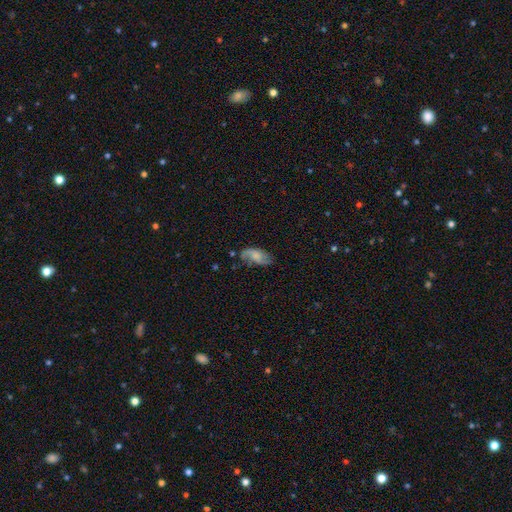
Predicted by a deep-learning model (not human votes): Smooth or featured? Predicted: smooth (p=0.48). Merging? Predicted: none (p=0.51).